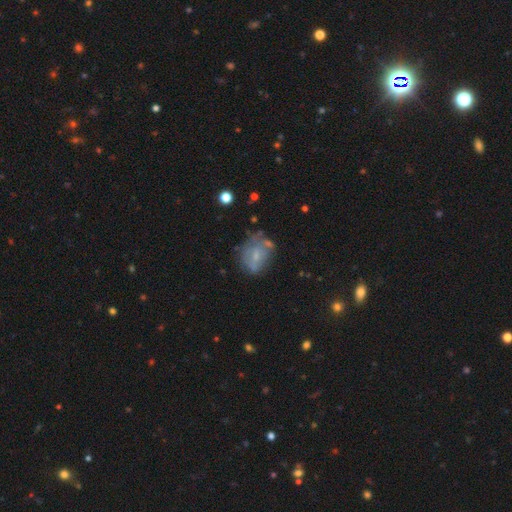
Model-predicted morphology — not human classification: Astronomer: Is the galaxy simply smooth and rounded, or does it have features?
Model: featured or disk — 46% (runner-up: smooth, 43%).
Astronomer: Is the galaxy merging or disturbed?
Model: none — 43% (runner-up: minor disturbance, 29%).